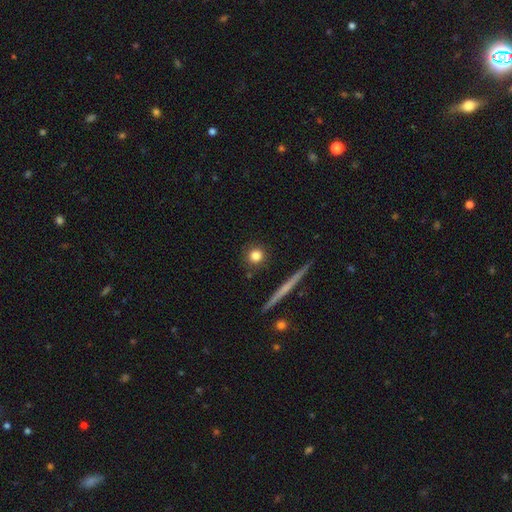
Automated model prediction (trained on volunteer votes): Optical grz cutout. It shows a smooth galaxy with no disk features (80%) that is round (91%). Merging: none (86%).